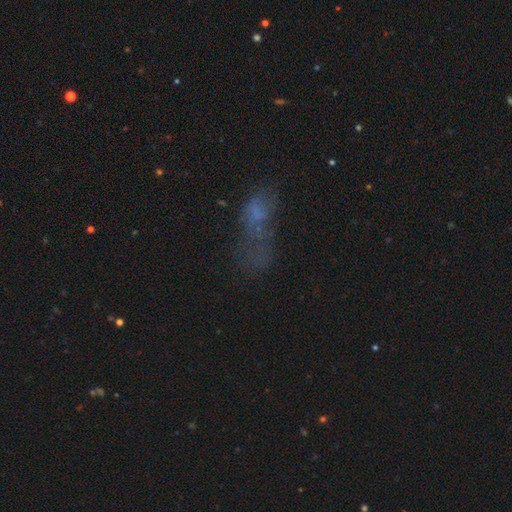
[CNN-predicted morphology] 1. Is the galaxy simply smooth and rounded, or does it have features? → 39% smooth, 35% star or artifact, 26% featured or disk.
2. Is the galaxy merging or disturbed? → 36% none, 32% major disturbance, 19% minor disturbance, 13% merger.